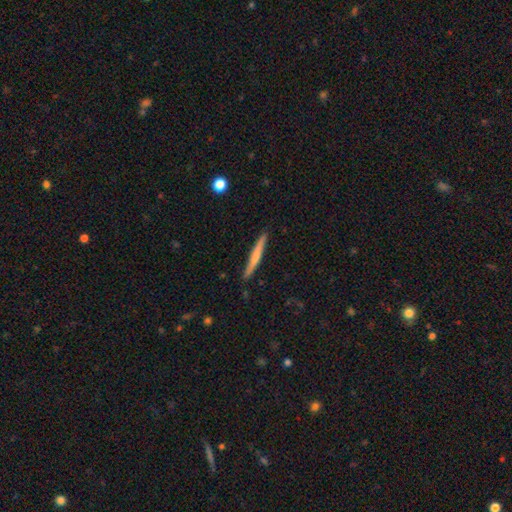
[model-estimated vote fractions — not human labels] This appears to be a smooth galaxy with no disk features (56%) that is cigar-shaped (96%). Merging: none (89%).